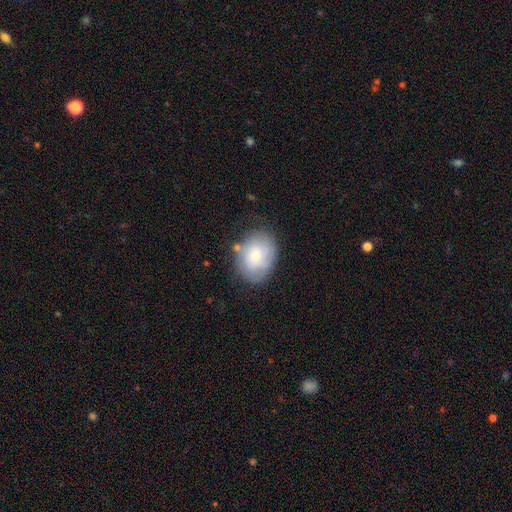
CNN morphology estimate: The model was most divided on "how rounded": in between: 58%, round: 41%, cigar-shaped: 1%. More confident: merging — none (69%); smooth or featured — smooth (65%).